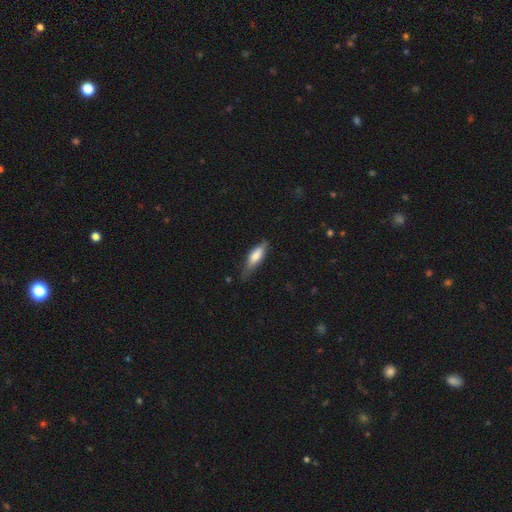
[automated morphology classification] The model was most divided on "how rounded": cigar-shaped: 52%, in between: 46%, round: 2%. More confident: smooth or featured — smooth (70%); merging — none (58%).